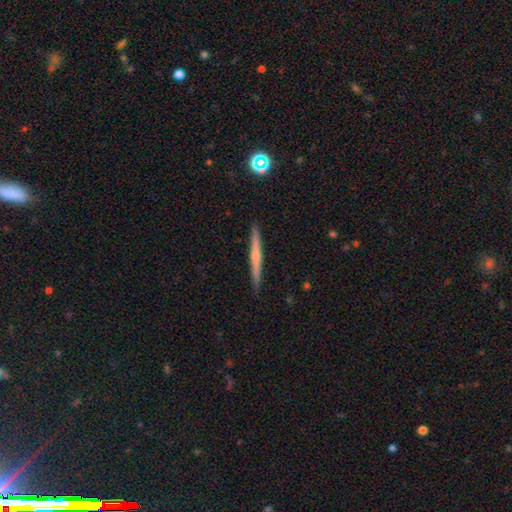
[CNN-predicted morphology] The model was most divided on "edge-on bulge": rounded: 47%, none: 45%, boxy: 8%. More confident: edge-on disk — yes (98%); merging — none (91%); smooth or featured — featured or disk (56%).